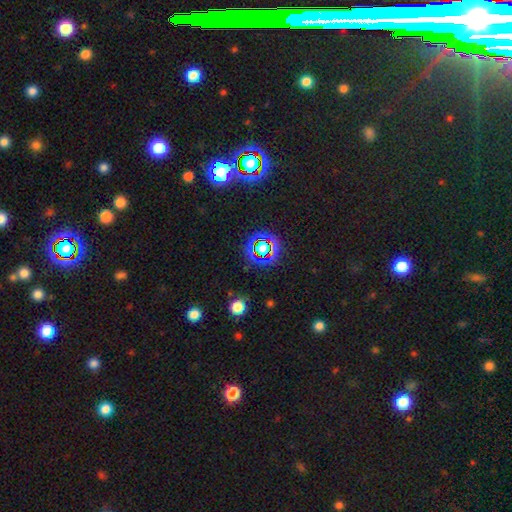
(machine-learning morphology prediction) Overall: star or artifact (75%).